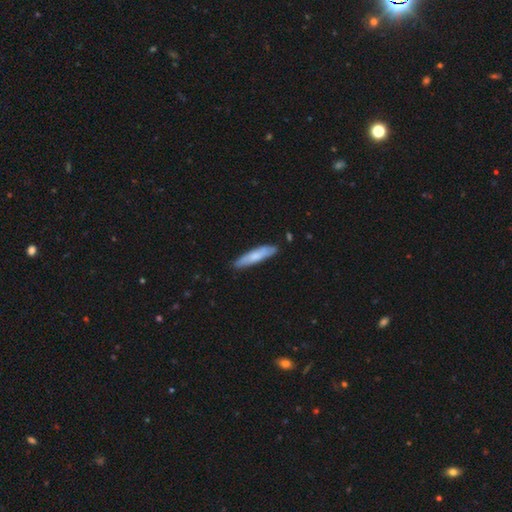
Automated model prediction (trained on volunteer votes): Smooth or featured? Predicted: smooth (p=0.71). How rounded? Predicted: cigar-shaped (p=0.85). Merging? Predicted: none (p=0.85).